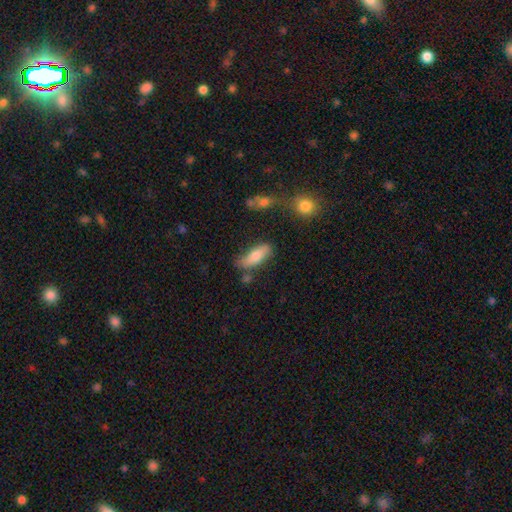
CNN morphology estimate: Smooth or featured? smooth (72%)
How rounded? in between (60%)
Merging? none (67%)